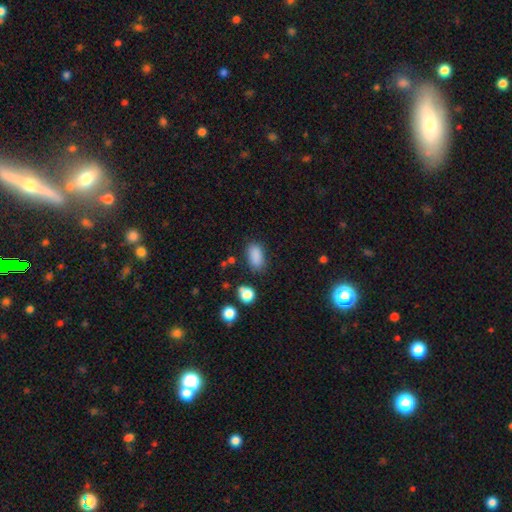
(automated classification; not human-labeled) Overall: smooth (85%). How rounded: in between (88%). Merging: none (77%).